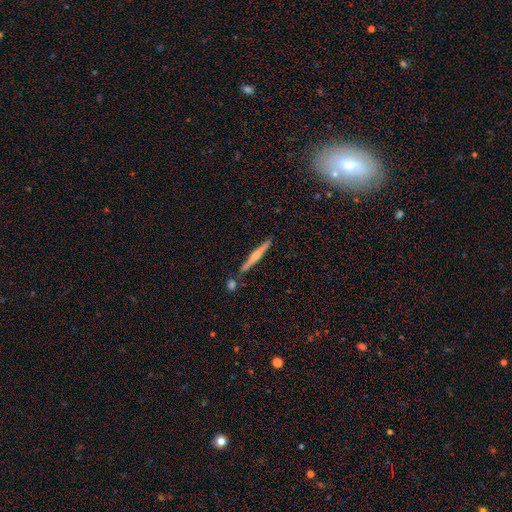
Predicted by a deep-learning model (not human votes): Smooth or featured?
  - featured or disk: 51% *
  - smooth: 44%
  - star or artifact: 6%
Edge-on disk?
  - yes: 97% *
  - no: 3%
Merging?
  - none: 83% *
  - minor disturbance: 9%
  - merger: 6%
  - major disturbance: 2%